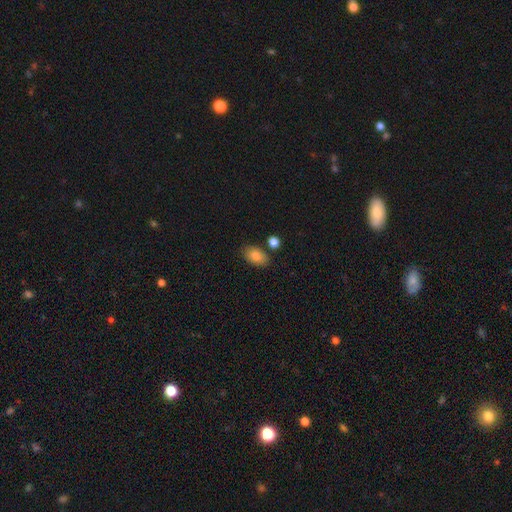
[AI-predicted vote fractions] Morphology: type=smooth (83%); roundness=in between (90%); merging=none (78%).